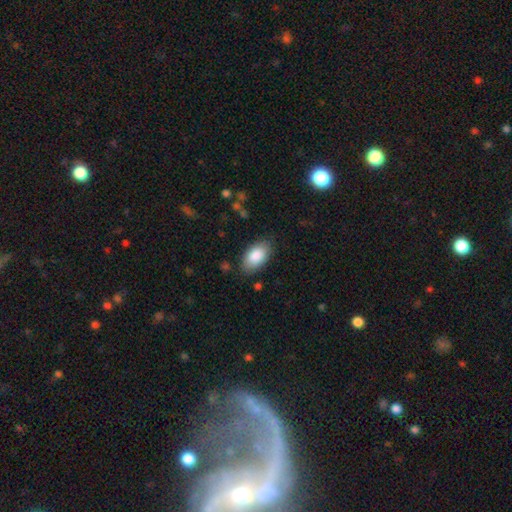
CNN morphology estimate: This is clearly a smooth galaxy (87%). How rounded: clearly in between (95%). Merging: clearly none (82%).